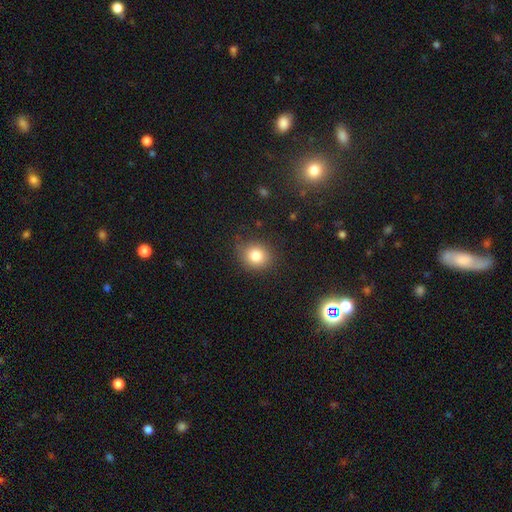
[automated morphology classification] Smooth or featured?
  - smooth: 81% *
  - star or artifact: 11%
  - featured or disk: 7%
How rounded?
  - round: 76% *
  - in between: 24%
  - cigar-shaped: 1%
Merging?
  - none: 82% *
  - minor disturbance: 13%
  - major disturbance: 4%
  - merger: 1%